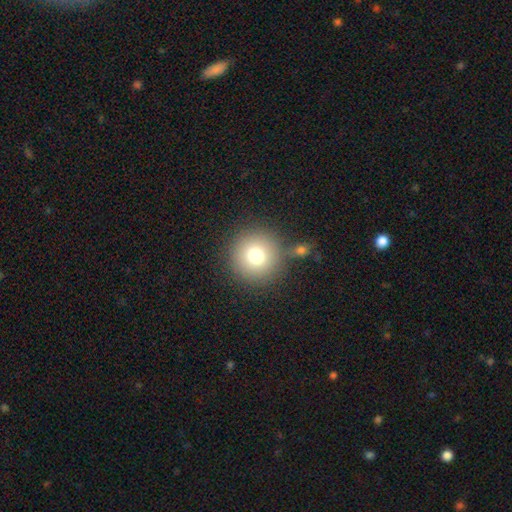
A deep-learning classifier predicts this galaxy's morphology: Smooth or featured? smooth (77%)
How rounded? round (95%)
Merging? none (79%)